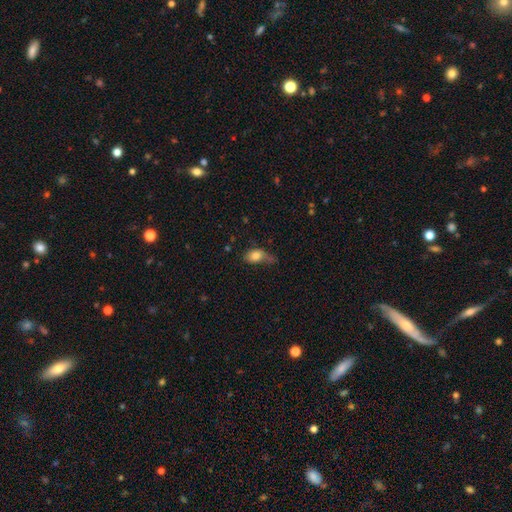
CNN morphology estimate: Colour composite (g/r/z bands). It shows a smooth galaxy with no disk features (78%) that is in between round and cigar-shaped (80%). Merging: minor disturbance (35%).